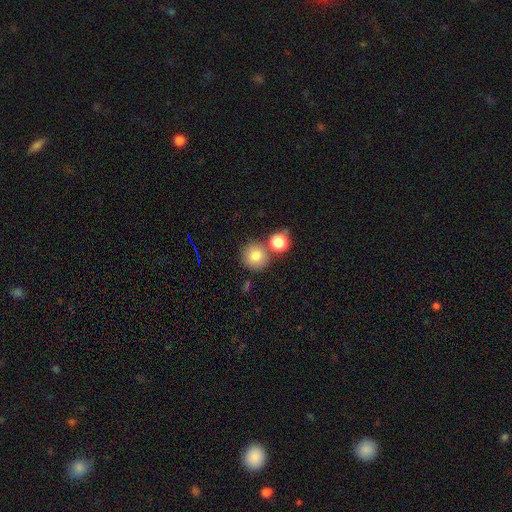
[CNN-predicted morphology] A smooth galaxy with no disk features (80%) that is round (91%). Merging: none (65%).